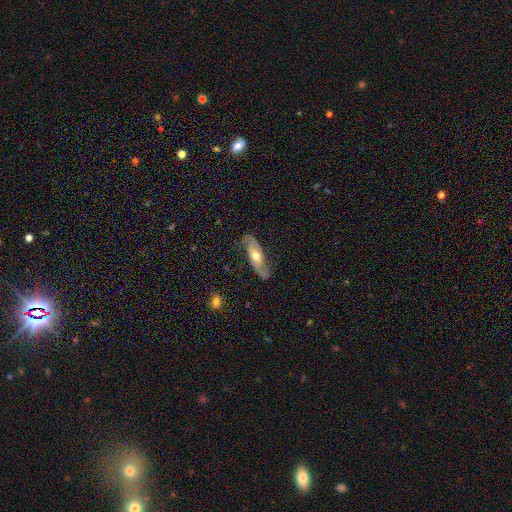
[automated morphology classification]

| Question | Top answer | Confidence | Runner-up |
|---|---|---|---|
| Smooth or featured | featured or disk | 67% | smooth (27%) |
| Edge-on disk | no | 75% | yes (25%) |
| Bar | no | 67% | weak (24%) |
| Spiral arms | yes | 82% | no (18%) |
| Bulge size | moderate | 72% | small (19%) |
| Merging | none | 76% | minor disturbance (18%) |